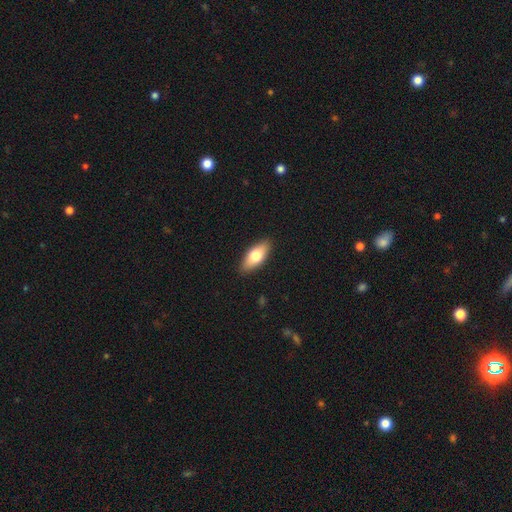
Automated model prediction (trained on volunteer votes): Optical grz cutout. It shows a smooth galaxy with no disk features (71%) that is in between round and cigar-shaped (83%). Merging: none (89%).